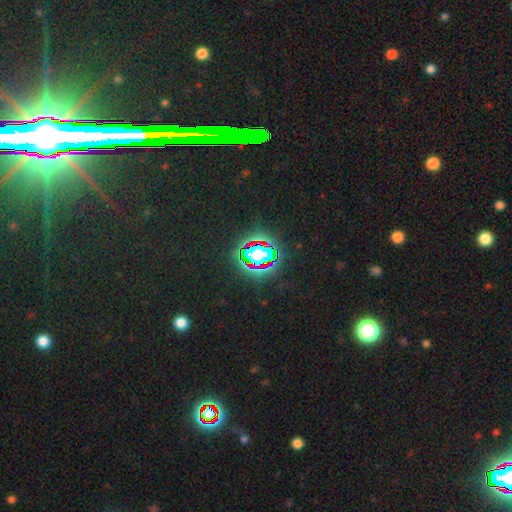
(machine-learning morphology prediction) Smooth or featured?
  - star or artifact: 73% *
  - smooth: 17%
  - featured or disk: 10%